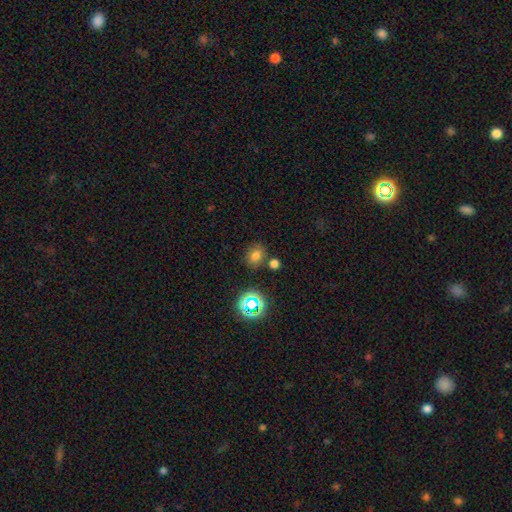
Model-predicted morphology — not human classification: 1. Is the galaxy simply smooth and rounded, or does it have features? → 70% smooth, 23% star or artifact, 8% featured or disk.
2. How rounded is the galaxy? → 60% round, 39% in between, 1% cigar-shaped.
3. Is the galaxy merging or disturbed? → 73% none, 12% merger, 11% minor disturbance, 4% major disturbance.